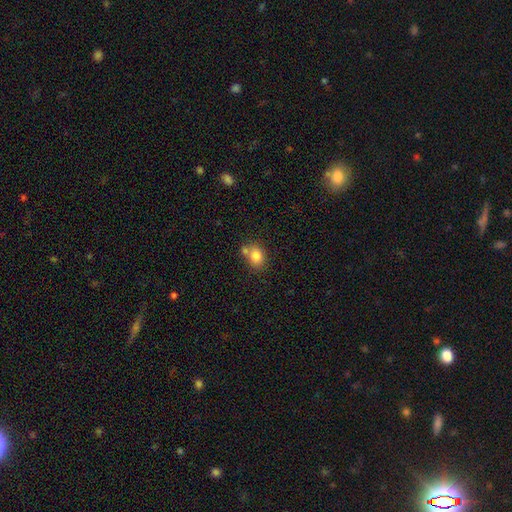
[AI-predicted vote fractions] Smooth or featured: smooth — 81% (star or artifact — 10%)
How rounded: in between — 54% (round — 45%)
Merging: none — 55% (merger — 29%)